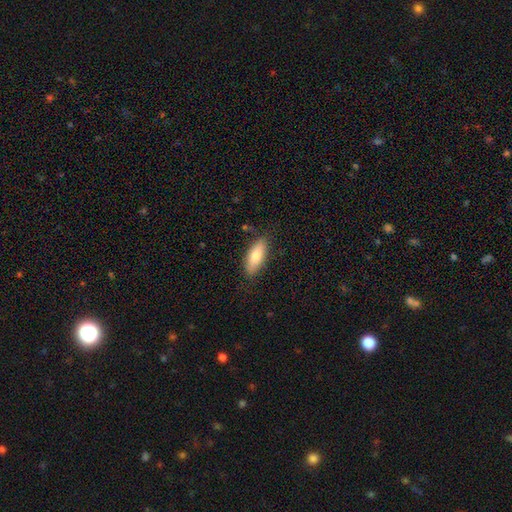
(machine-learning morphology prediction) Q: Smooth or featured?
A: smooth (77%); runner-up: featured or disk (17%)
Q: How rounded?
A: in between (71%); runner-up: cigar-shaped (27%)
Q: Merging?
A: none (83%); runner-up: minor disturbance (13%)